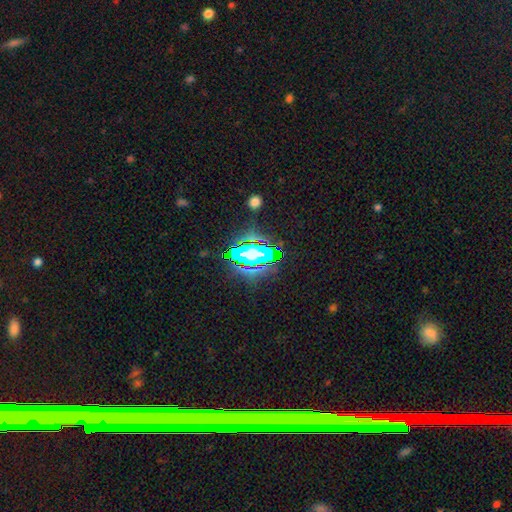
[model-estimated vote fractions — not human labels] A star or artifact, not a galaxy (51%).